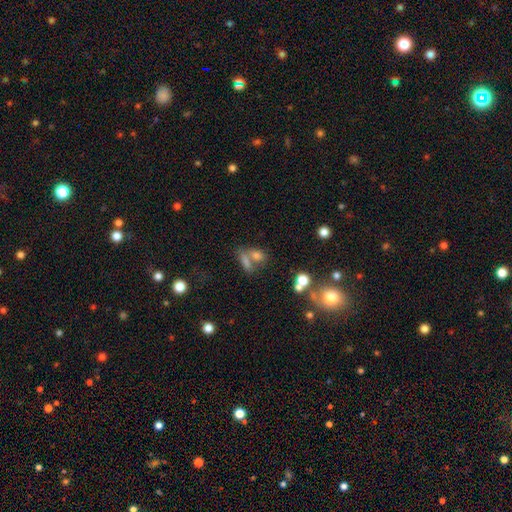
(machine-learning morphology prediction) A star or artifact, not a galaxy (44%).

Vote fractions:
- Smooth or featured? star or artifact: 44% / smooth: 36% / featured or disk: 19%